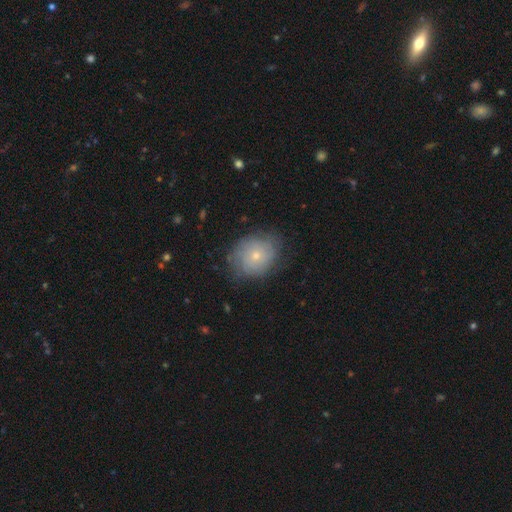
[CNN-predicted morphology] Smooth or featured? smooth (52%)
How rounded? round (57%)
Merging? none (72%)